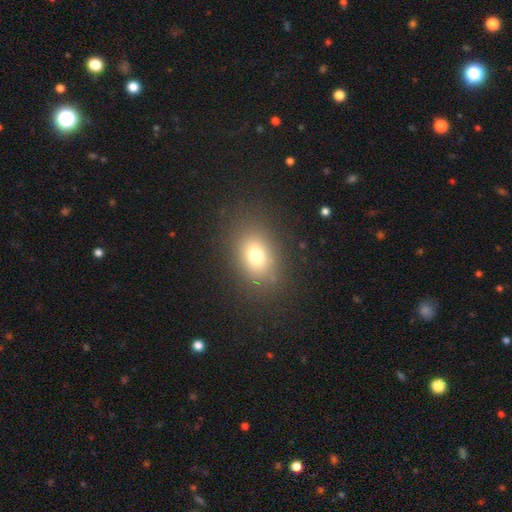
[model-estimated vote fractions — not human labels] smooth 73%, star or artifact 15%, featured or disk 12%. Down the decision tree: how rounded — in between (66%); merging — none (83%).